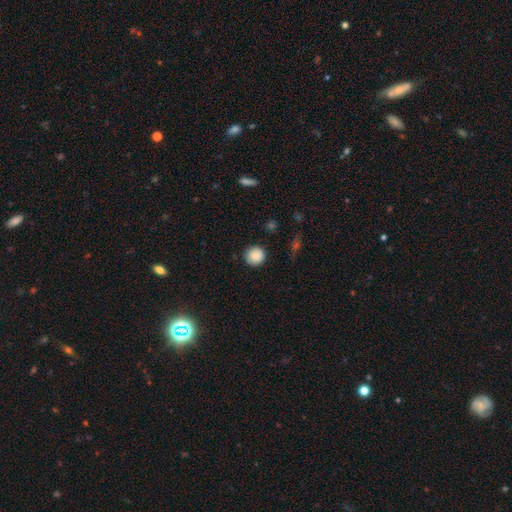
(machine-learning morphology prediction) smooth 84%, star or artifact 8%, featured or disk 7%. Down the decision tree: how rounded — round (94%); merging — none (86%).